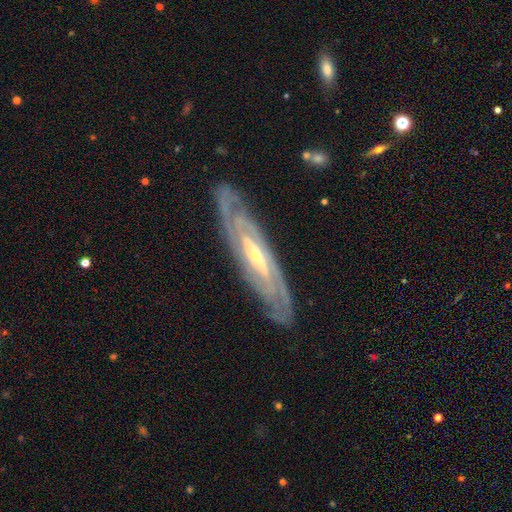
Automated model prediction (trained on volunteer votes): Smooth or featured? featured or disk (87%)
Edge-on disk? no (75%)
Bar? weak (39%)
Spiral arms? yes (95%)
Spiral winding? tight (72%)
Spiral arm count? can't tell (38%)
Bulge size? small (58%)
Merging? none (83%)